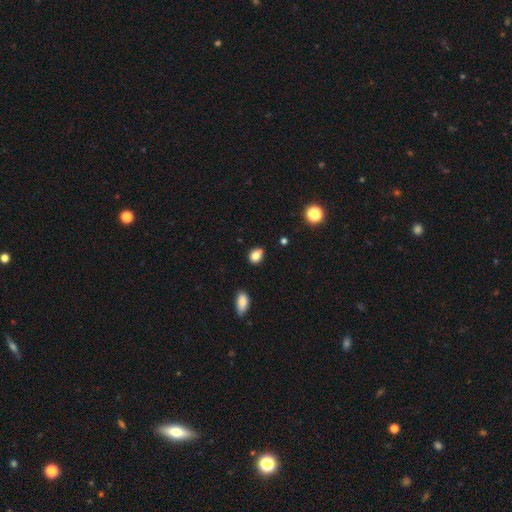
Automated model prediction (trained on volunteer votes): Morphology: type=smooth (82%); roundness=in between (57%); merging=none (65%).